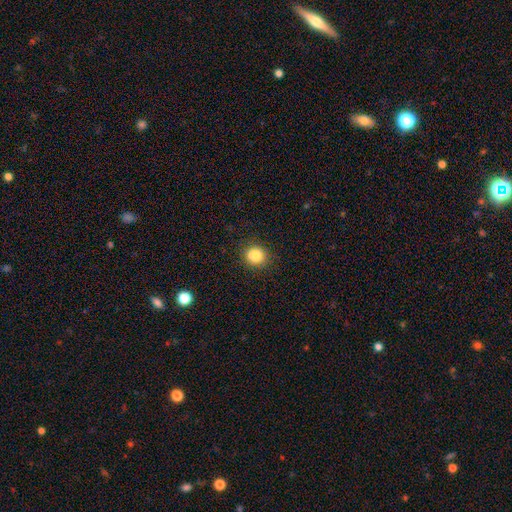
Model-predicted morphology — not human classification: This appears to be a smooth galaxy with no disk features (84%) that is round (84%). Merging: none (88%).